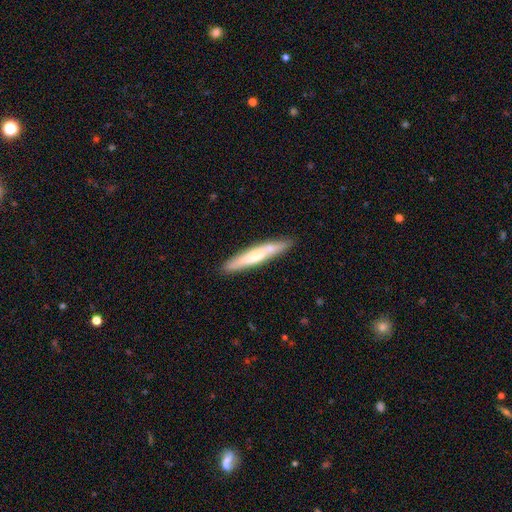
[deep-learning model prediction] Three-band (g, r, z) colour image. It shows a smooth galaxy with no disk features (47%, tied with featured or disk). Merging: none (83%).